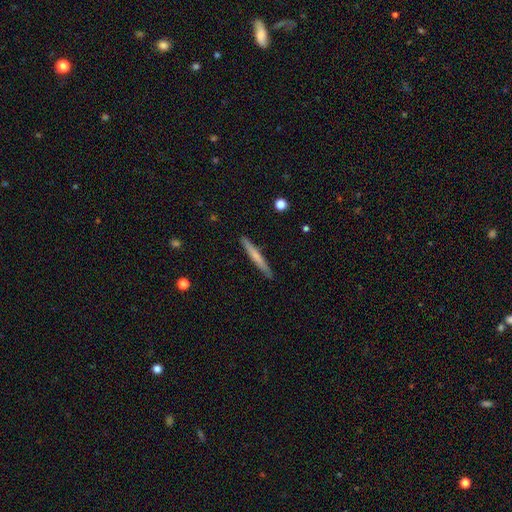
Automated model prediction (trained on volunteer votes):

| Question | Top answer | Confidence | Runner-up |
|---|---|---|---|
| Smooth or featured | smooth | 59% | featured or disk (36%) |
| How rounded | cigar-shaped | 96% | in between (2%) |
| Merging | none | 90% | minor disturbance (7%) |